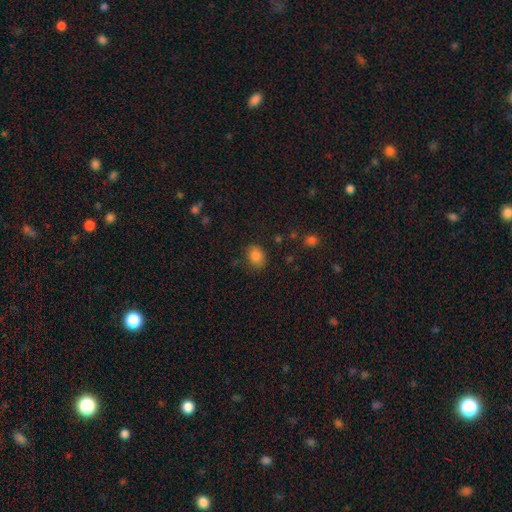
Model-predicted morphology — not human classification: smooth_or_featured: smooth (p=0.84) [alt: star or artifact p=0.10]
how_rounded: in between (p=0.56) [alt: round p=0.43]
merging: none (p=0.80) [alt: minor disturbance p=0.14]